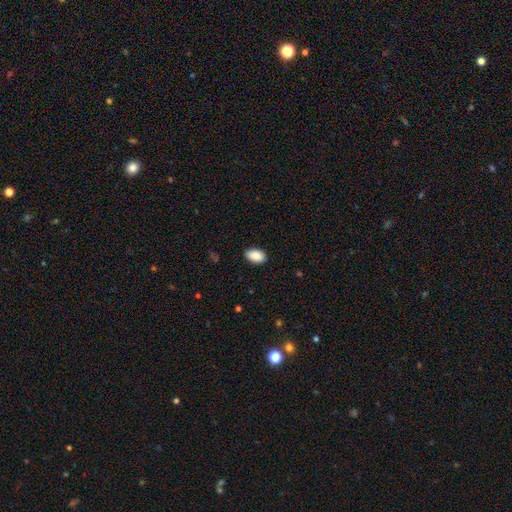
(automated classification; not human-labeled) This appears to be a smooth galaxy with no disk features (89%) that is in between round and cigar-shaped (92%). Merging: none (89%).